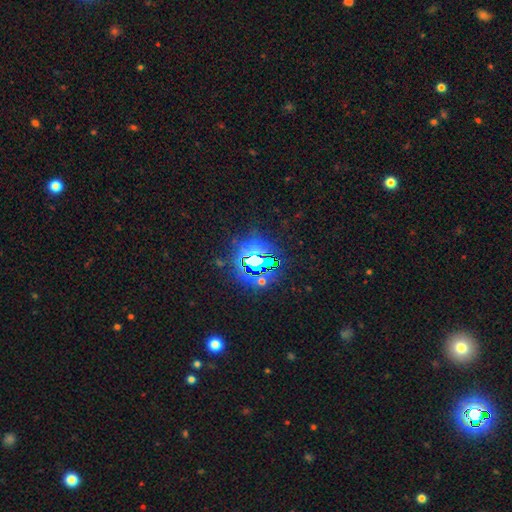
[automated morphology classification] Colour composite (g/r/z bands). It shows a star or artifact, not a galaxy (77%).